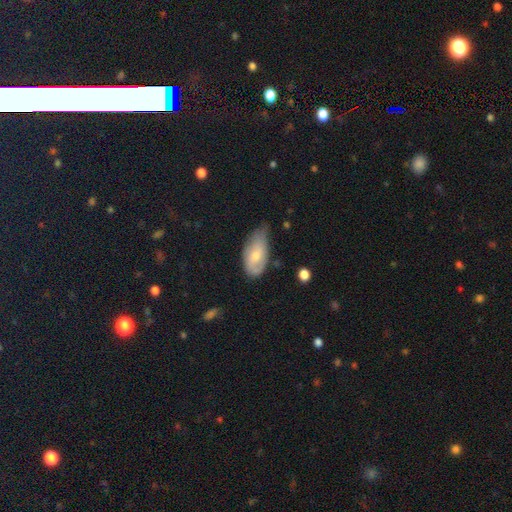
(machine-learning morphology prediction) smooth 60%, featured or disk 33%, star or artifact 6%. Down the decision tree: how rounded — in between (92%); merging — minor disturbance (48%).